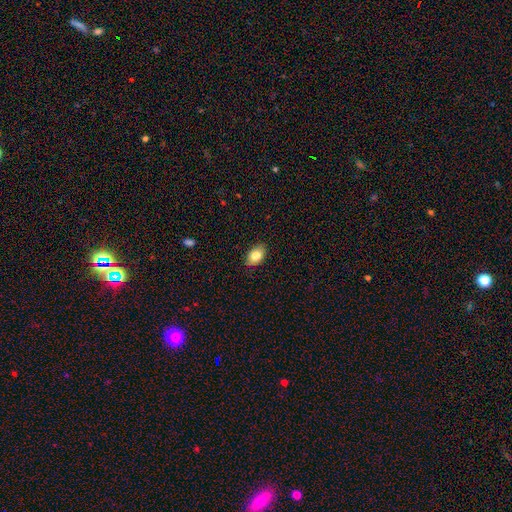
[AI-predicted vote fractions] Smooth or featured? Predicted: smooth (p=0.80). How rounded? Predicted: in between (p=0.90). Merging? Predicted: none (p=0.87).